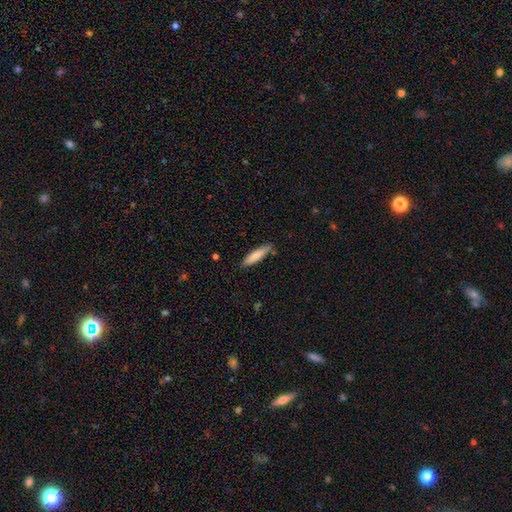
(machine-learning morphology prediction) smooth 79%, featured or disk 16%, star or artifact 6%. Down the decision tree: how rounded — cigar-shaped (78%); merging — none (81%).